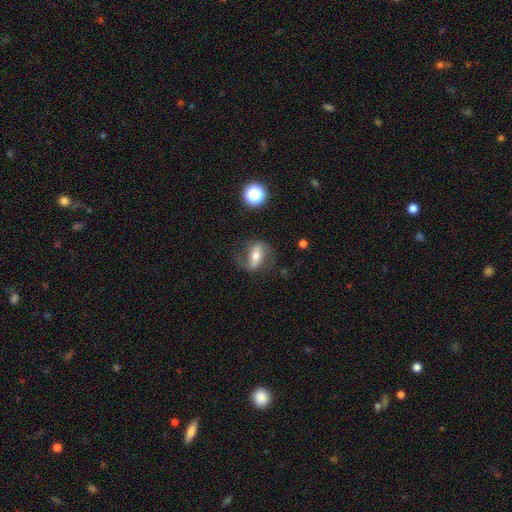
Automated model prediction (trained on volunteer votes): A featured or disk galaxy (64%) with a strong bar (46%), spiral arms (85%) and a moderate central bulge (60%). Merging: none (66%).